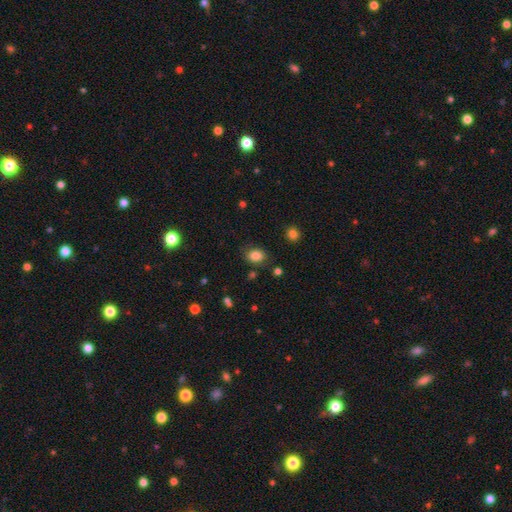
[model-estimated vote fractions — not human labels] Overall: smooth (84%). How rounded: in between (64%; round 35%). Merging: none (79%).